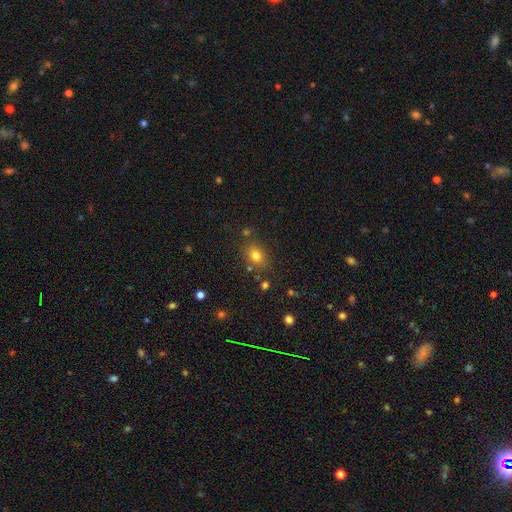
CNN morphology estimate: A smooth galaxy with no disk features (77%) that is in between round and cigar-shaped (60%). Merging: none (76%).